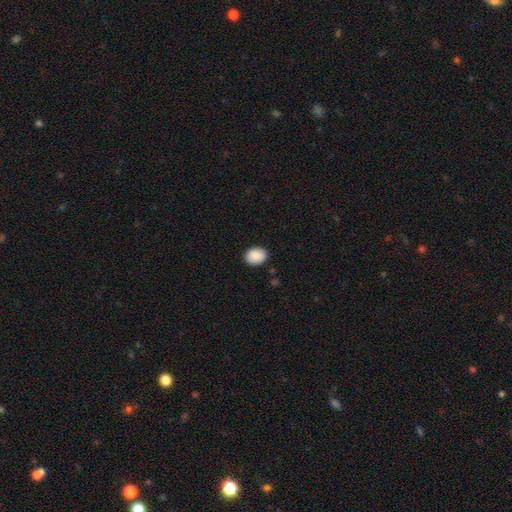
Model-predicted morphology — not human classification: smooth 90%, star or artifact 7%, featured or disk 3%. Down the decision tree: how rounded — in between (62%); merging — none (89%).